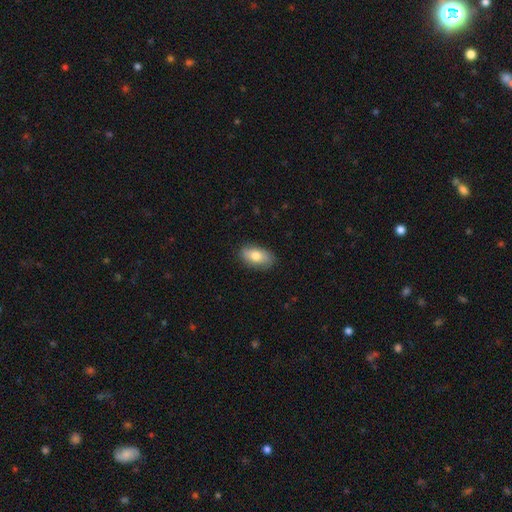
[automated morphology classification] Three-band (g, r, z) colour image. It shows a smooth galaxy with no disk features (75%) that is in between round and cigar-shaped (91%). Merging: none (83%).